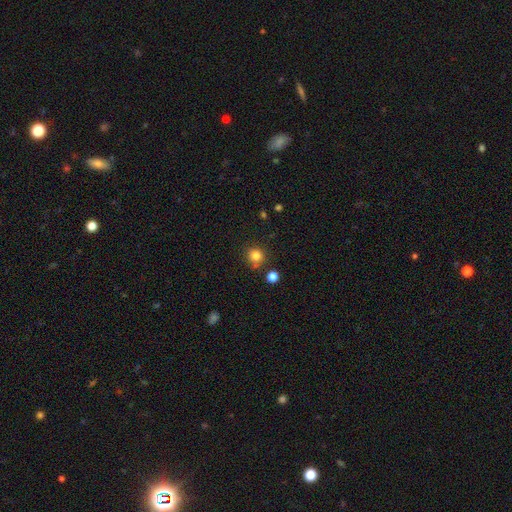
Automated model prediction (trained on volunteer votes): A smooth galaxy with no disk features (81%) that is round (91%). Merging: none (77%).